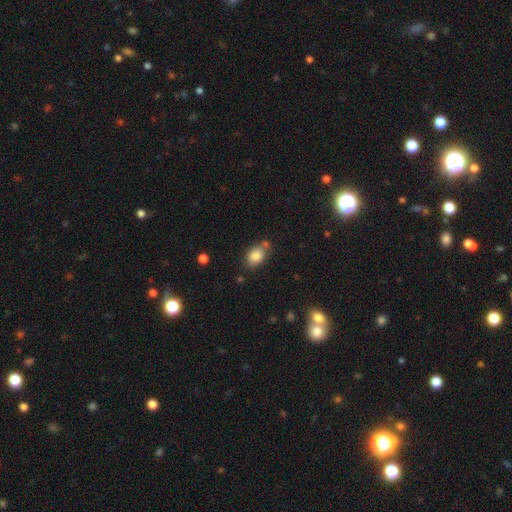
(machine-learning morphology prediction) Smooth or featured? smooth (84%)
How rounded? in between (82%)
Merging? none (67%)